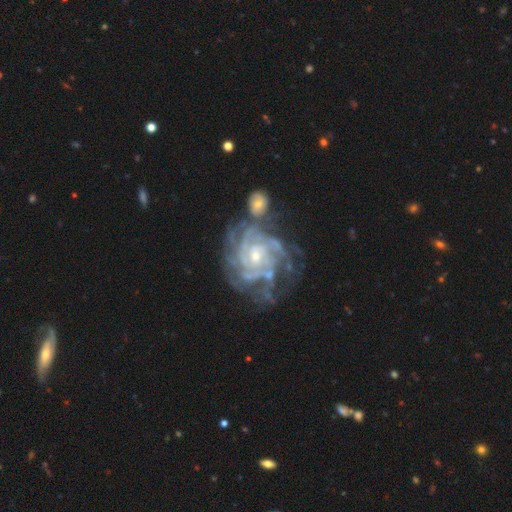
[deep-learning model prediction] Smooth or featured? featured or disk (91%)
Edge-on disk? no (97%)
Bar? no (66%)
Spiral arms? yes (98%)
Spiral winding? tight (74%)
Spiral arm count? 4 (27%)
Bulge size? small (61%)
Merging? none (46%)